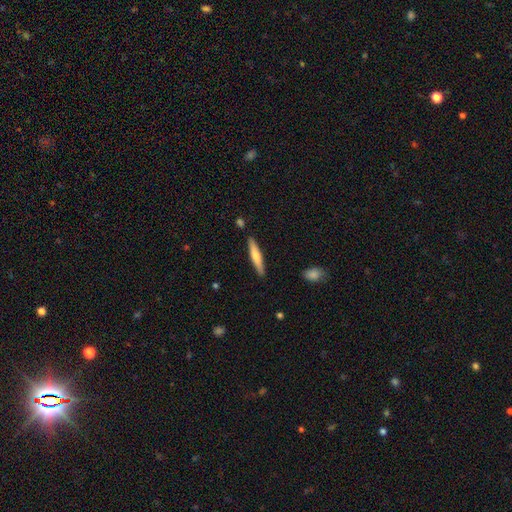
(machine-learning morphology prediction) A smooth galaxy with no disk features (59%) that is cigar-shaped (91%).

Vote fractions:
- Smooth or featured? smooth: 59% / featured or disk: 36% / star or artifact: 5%
- How rounded? cigar-shaped: 91% / in between: 8% / round: 1%
- Merging? none: 89% / minor disturbance: 8% / merger: 2% / major disturbance: 2%